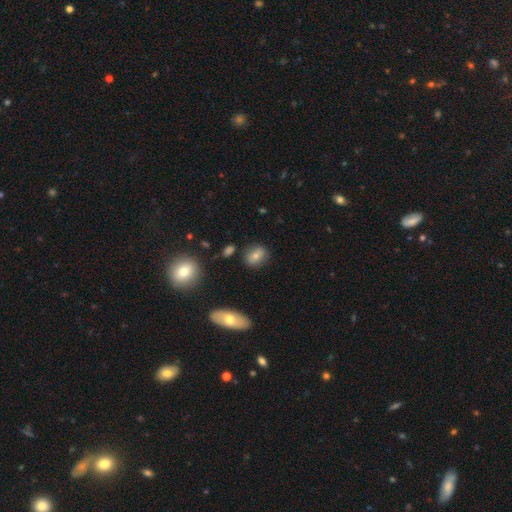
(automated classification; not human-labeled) The model was most divided on "how rounded": in between: 59%, round: 39%, cigar-shaped: 2%. More confident: merging — none (82%); smooth or featured — smooth (75%).